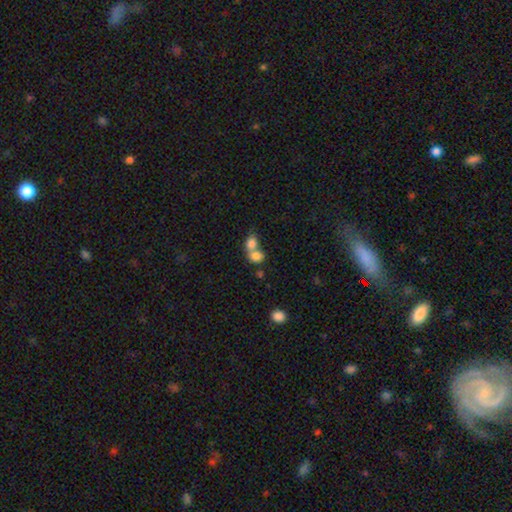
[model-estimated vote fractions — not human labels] The model was most divided on "how rounded": in between: 51%, round: 48%, cigar-shaped: 1%. More confident: smooth or featured — smooth (80%); merging — merger (68%).